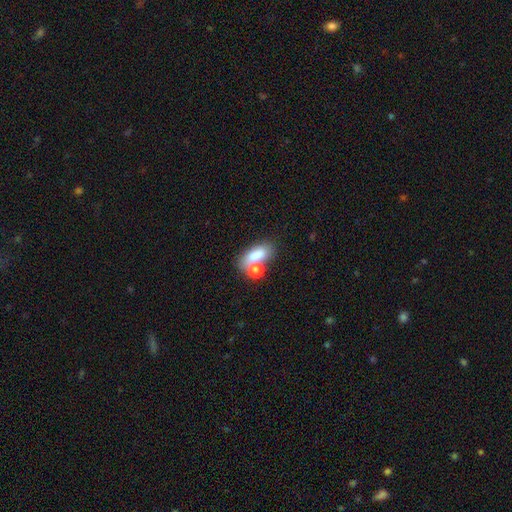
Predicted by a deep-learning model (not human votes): A smooth galaxy with no disk features (73%) that is in between round and cigar-shaped (78%). Merging: merger (41%).